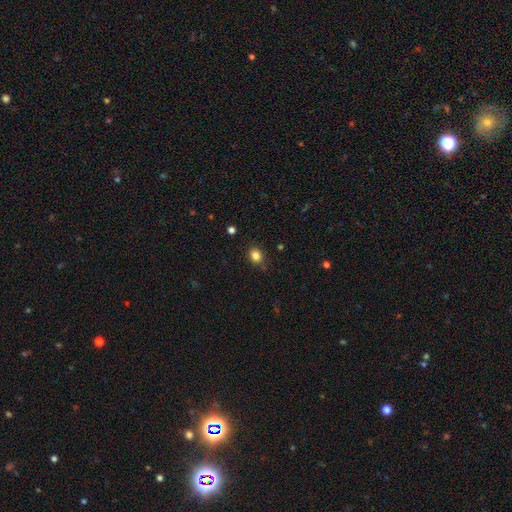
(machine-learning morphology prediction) smooth_or_featured: smooth (p=0.84) [alt: star or artifact p=0.12]
how_rounded: round (p=0.63) [alt: in between p=0.36]
merging: none (p=0.82) [alt: minor disturbance p=0.13]